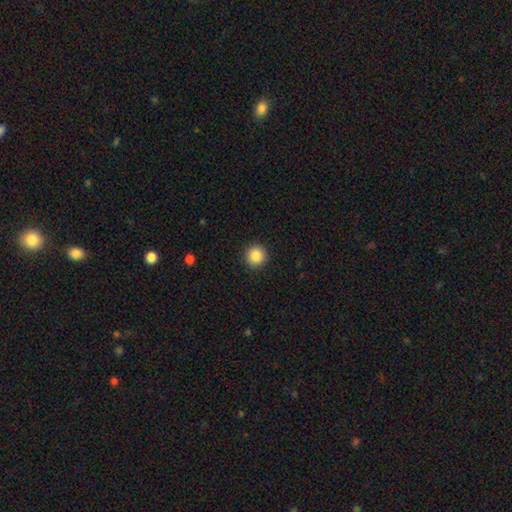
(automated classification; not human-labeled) Smooth or featured? smooth (87%)
How rounded? round (95%)
Merging? none (92%)